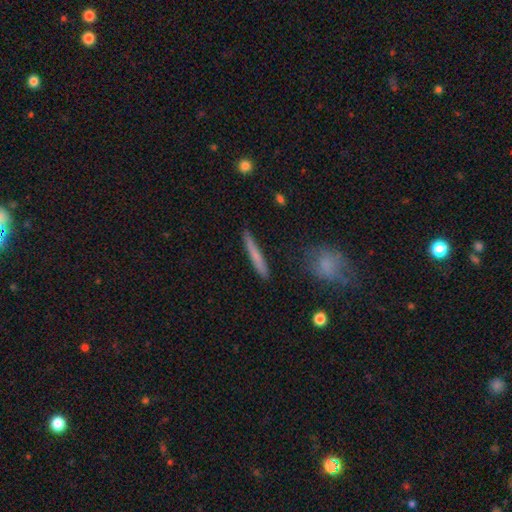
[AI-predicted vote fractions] Overall: smooth (66%; featured or disk 27%). How rounded: cigar-shaped (95%). Merging: none (87%).